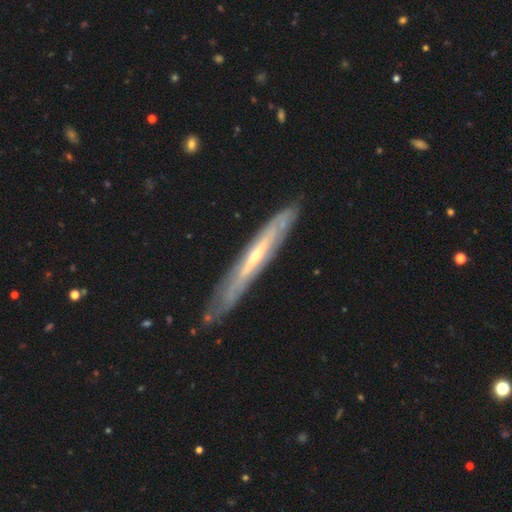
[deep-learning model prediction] This is likely a featured or disk galaxy (78%). It is likely viewed edge-on (74%). Edge-on bulge: possibly rounded (58%). Merging: clearly none (80%).